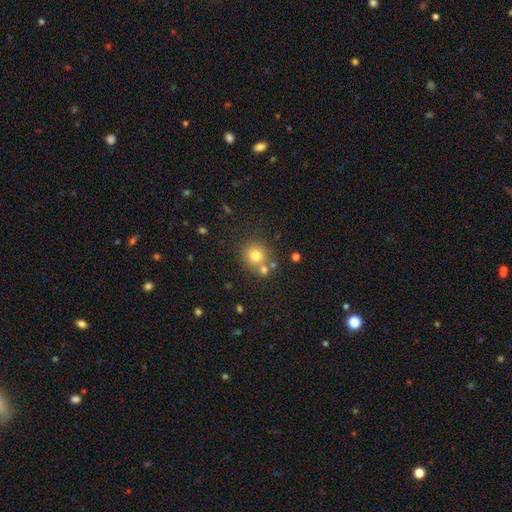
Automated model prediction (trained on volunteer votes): Smooth or featured? smooth (77%)
How rounded? round (88%)
Merging? none (66%)